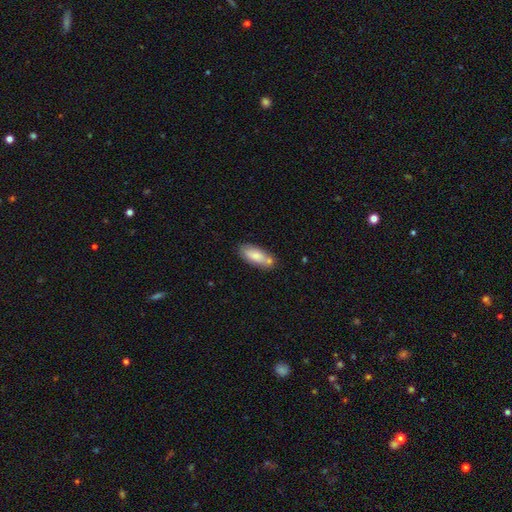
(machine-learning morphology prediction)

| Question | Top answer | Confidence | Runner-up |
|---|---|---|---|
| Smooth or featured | smooth | 76% | featured or disk (17%) |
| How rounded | in between | 78% | cigar-shaped (20%) |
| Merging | none | 63% | minor disturbance (17%) |